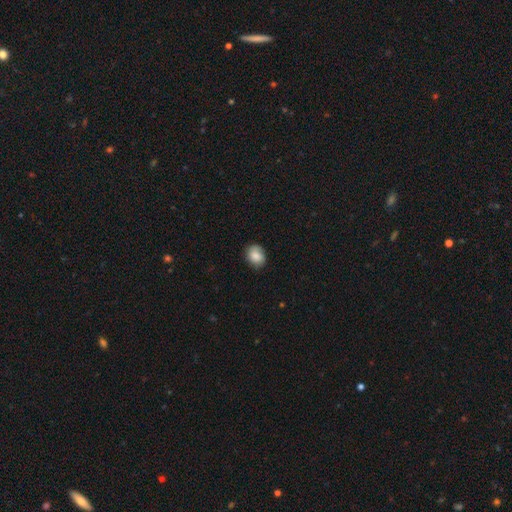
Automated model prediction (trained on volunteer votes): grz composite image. It shows a smooth galaxy with no disk features (82%) that is round (60%). Merging: none (78%).